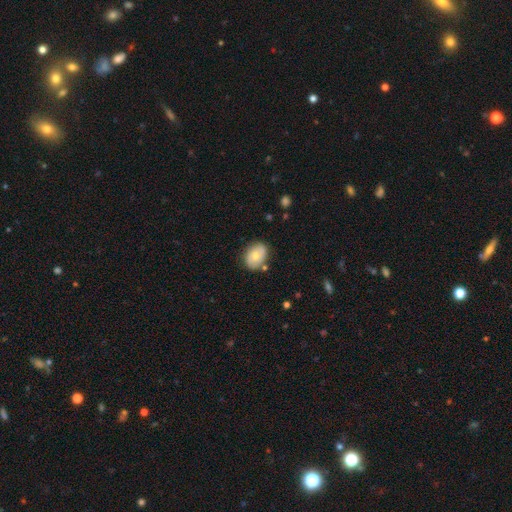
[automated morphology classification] A smooth galaxy with no disk features (65%) that is in between round and cigar-shaped (71%). Merging: none (76%).